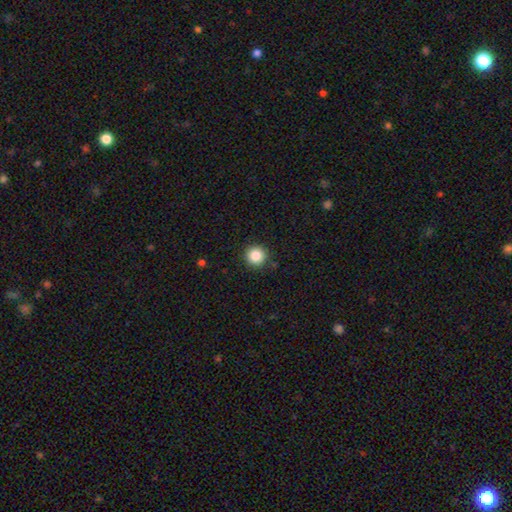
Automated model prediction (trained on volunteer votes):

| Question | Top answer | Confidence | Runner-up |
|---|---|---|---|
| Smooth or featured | smooth | 86% | star or artifact (10%) |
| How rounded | round | 95% | in between (4%) |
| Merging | none | 90% | minor disturbance (7%) |